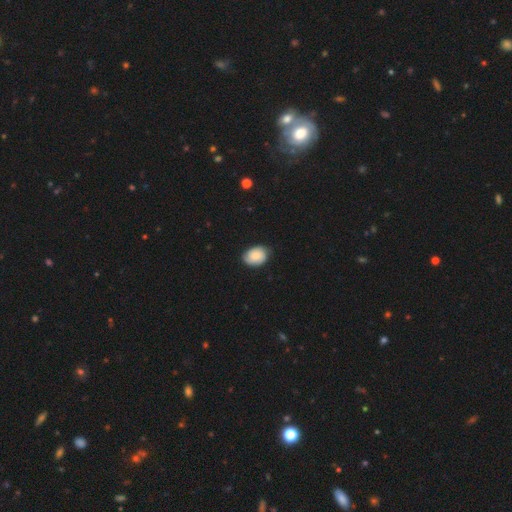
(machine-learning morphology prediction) smooth_or_featured: smooth (p=0.59) [alt: featured or disk p=0.34]
how_rounded: in between (p=0.69) [alt: round p=0.30]
merging: none (p=0.76) [alt: minor disturbance p=0.19]